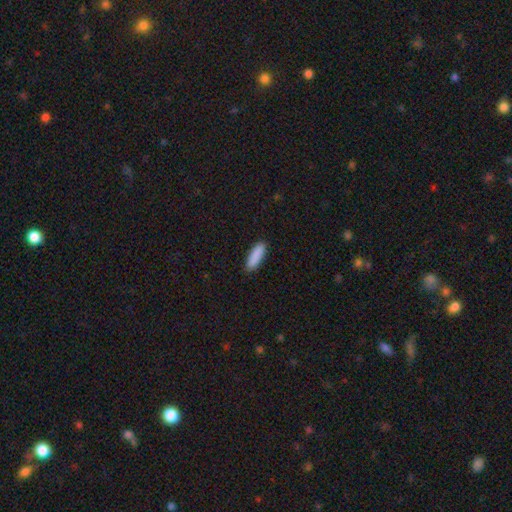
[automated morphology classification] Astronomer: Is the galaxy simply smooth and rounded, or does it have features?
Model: smooth — 89%.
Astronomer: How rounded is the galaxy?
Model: cigar-shaped — 53% (runner-up: in between, 46%).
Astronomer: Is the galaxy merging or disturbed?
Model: none — 89%.